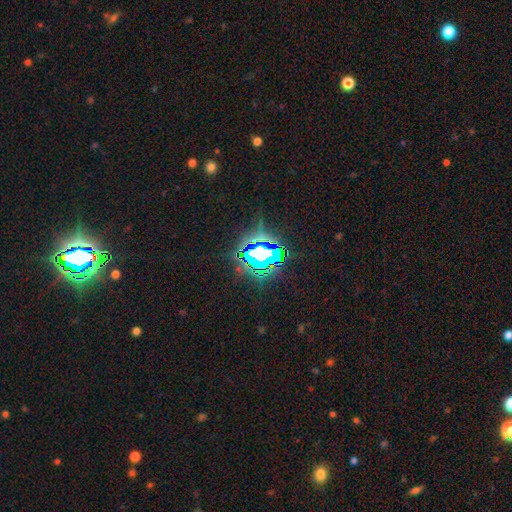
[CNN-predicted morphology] Smooth or featured?
  - star or artifact: 76% *
  - smooth: 13%
  - featured or disk: 11%